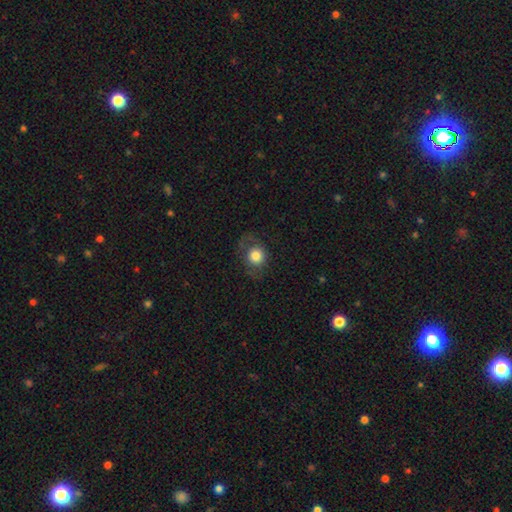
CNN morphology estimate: Smooth or featured?
  - smooth: 75% *
  - featured or disk: 16%
  - star or artifact: 9%
How rounded?
  - round: 74% *
  - in between: 25%
  - cigar-shaped: 1%
Merging?
  - none: 69% *
  - minor disturbance: 18%
  - major disturbance: 12%
  - merger: 1%